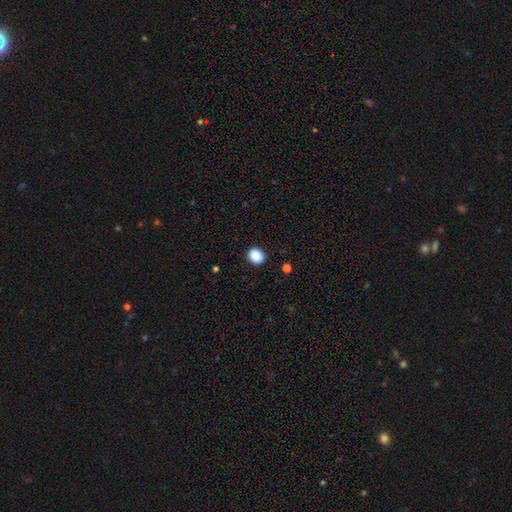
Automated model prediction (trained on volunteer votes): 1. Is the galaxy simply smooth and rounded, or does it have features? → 89% smooth, 8% star or artifact, 3% featured or disk.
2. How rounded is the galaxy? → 61% round, 38% in between, 1% cigar-shaped.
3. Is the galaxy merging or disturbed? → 90% none, 7% minor disturbance, 2% major disturbance, 1% merger.